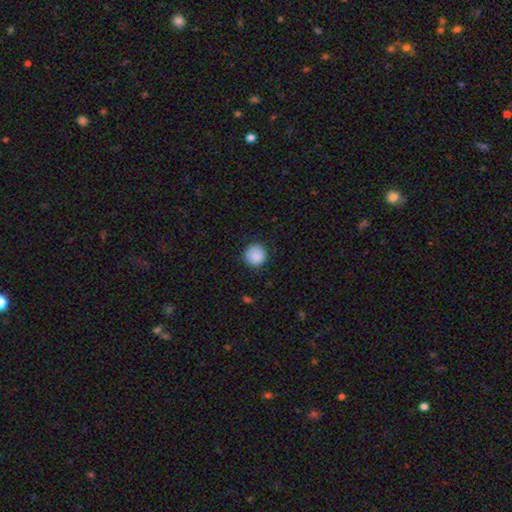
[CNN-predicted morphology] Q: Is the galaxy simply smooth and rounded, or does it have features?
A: smooth — 89%.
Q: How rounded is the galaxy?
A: round — 94%.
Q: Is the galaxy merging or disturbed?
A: none — 88%.